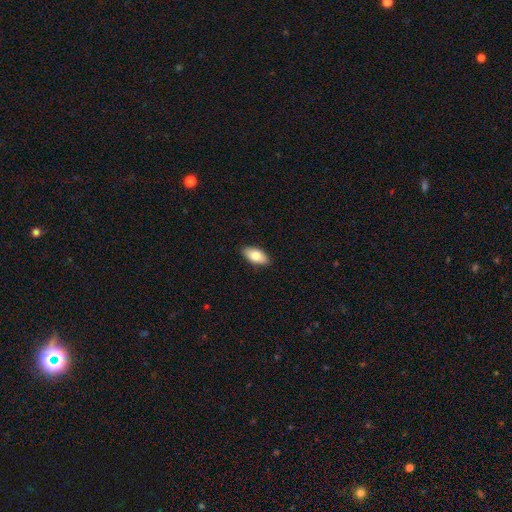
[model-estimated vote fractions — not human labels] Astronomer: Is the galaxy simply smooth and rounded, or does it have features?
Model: smooth — 80%.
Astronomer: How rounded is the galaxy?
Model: in between — 92%.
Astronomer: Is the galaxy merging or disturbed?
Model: none — 88%.